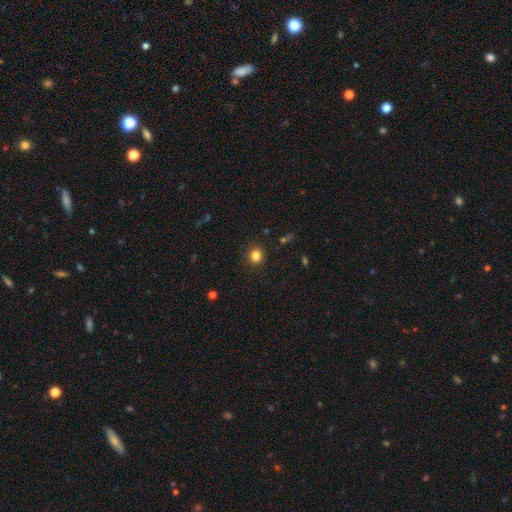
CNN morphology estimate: This is clearly a smooth galaxy (83%). How rounded: clearly round (83%). Merging: clearly none (90%).